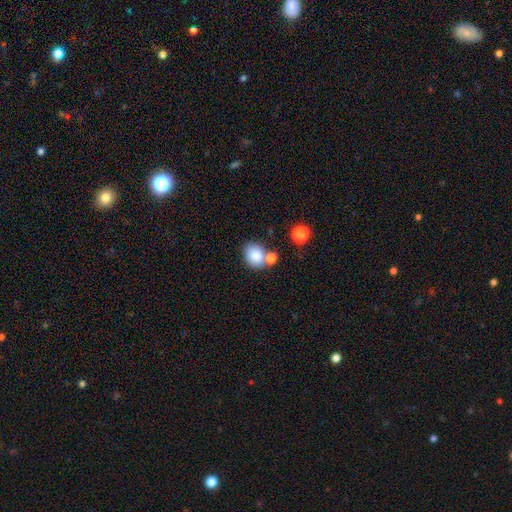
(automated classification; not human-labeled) Smooth or featured? smooth (84%)
How rounded? round (52%)
Merging? none (58%)